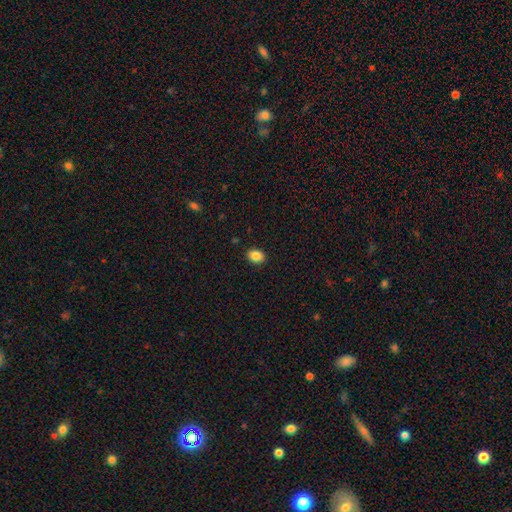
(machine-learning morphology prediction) smooth-or-featured: smooth: 86% | star or artifact: 9% | featured or disk: 5%
  how-rounded: in between: 63% | round: 36% | cigar-shaped: 1%
  merging: none: 90% | minor disturbance: 7% | major disturbance: 2% | merger: 1%